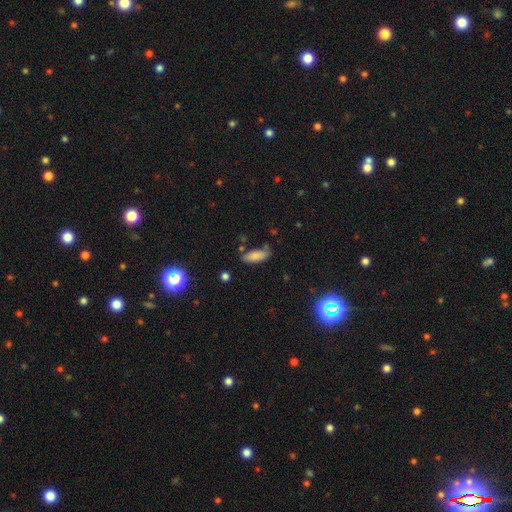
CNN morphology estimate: smooth-or-featured: smooth: 83% | star or artifact: 9% | featured or disk: 8%
  how-rounded: in between: 69% | cigar-shaped: 29% | round: 2%
  merging: none: 71% | minor disturbance: 20% | merger: 5% | major disturbance: 4%